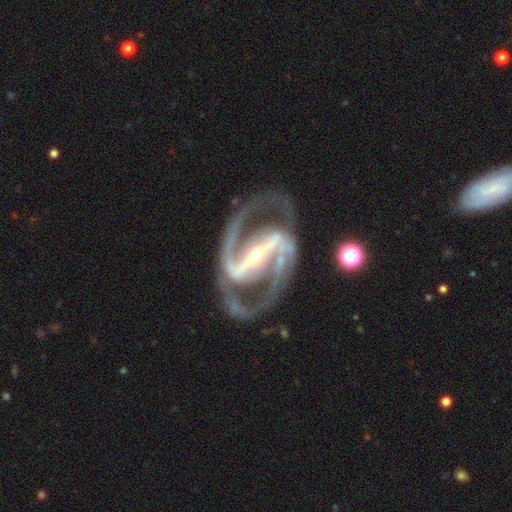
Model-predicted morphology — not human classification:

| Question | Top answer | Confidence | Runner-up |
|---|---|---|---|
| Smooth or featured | featured or disk | 93% | star or artifact (4%) |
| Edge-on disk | no | 96% | yes (4%) |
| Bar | strong | 85% | weak (10%) |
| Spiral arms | yes | 98% | no (2%) |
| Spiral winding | medium | 58% | tight (29%) |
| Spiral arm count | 2 | 93% | 3 (2%) |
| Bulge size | small | 79% | moderate (17%) |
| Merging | none | 76% | minor disturbance (13%) |